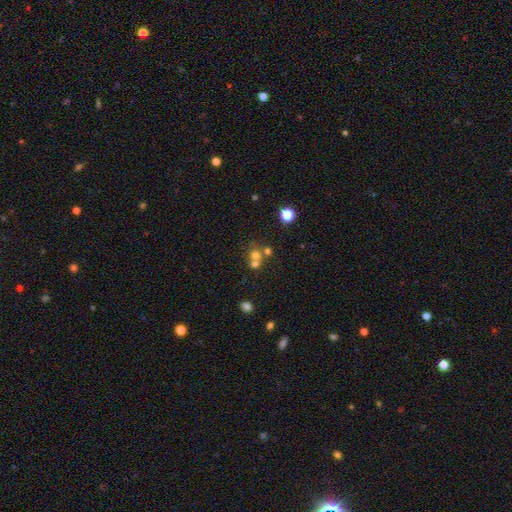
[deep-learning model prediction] A smooth galaxy with no disk features (62%) that is round (83%). Merging: merger (50%).